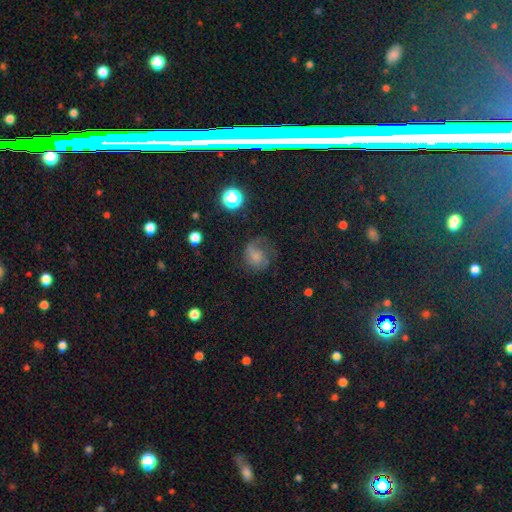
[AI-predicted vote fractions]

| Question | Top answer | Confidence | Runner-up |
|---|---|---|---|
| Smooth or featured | smooth | 44% | featured or disk (41%) |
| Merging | none | 43% | major disturbance (31%) |